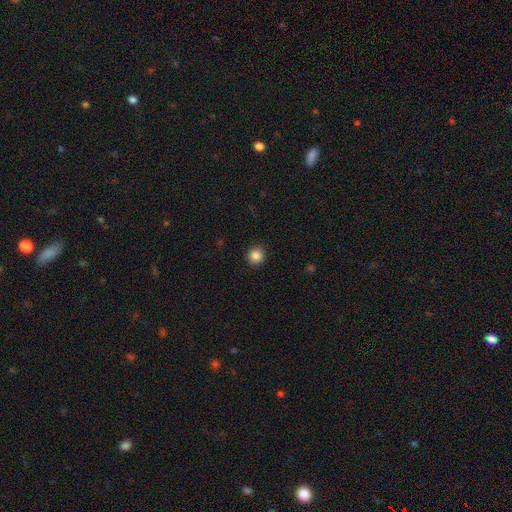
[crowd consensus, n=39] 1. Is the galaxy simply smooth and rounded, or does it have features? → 95% smooth, 5% star or artifact, 0% featured or disk.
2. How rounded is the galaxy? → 100% round, 0% in between, 0% cigar-shaped.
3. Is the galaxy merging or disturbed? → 89% none, 8% minor disturbance, 3% merger, 0% major disturbance.